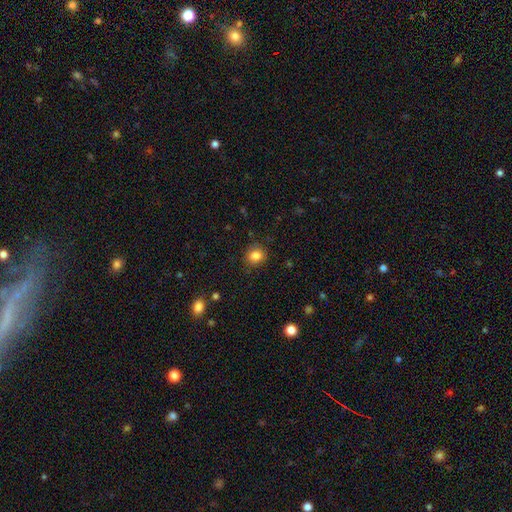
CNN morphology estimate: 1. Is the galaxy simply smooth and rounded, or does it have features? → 84% smooth, 10% star or artifact, 5% featured or disk.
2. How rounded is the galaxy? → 70% round, 29% in between, 1% cigar-shaped.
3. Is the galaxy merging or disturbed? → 85% none, 11% minor disturbance, 3% major disturbance, 1% merger.